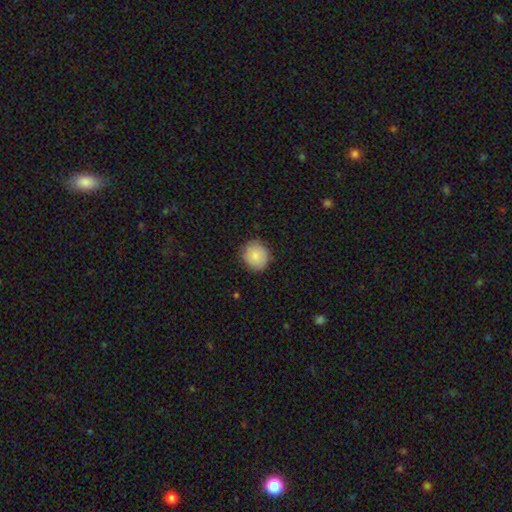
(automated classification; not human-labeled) The model was most divided on "merging": none: 86%, minor disturbance: 10%, major disturbance: 2%, merger: 1%. More confident: how rounded — round (89%); smooth or featured — smooth (87%).